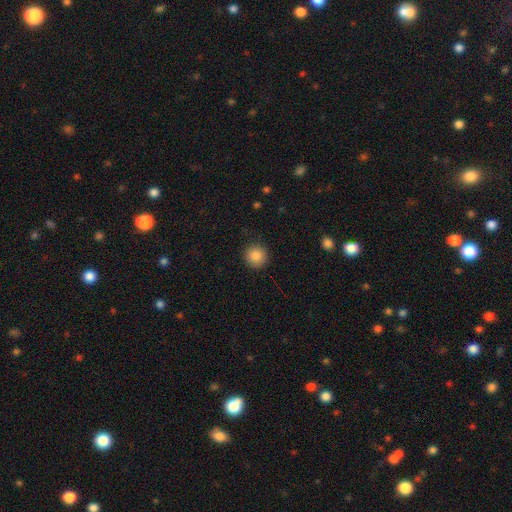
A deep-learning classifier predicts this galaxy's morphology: smooth 86%, star or artifact 9%, featured or disk 5%. Down the decision tree: how rounded — round (94%); merging — none (90%).